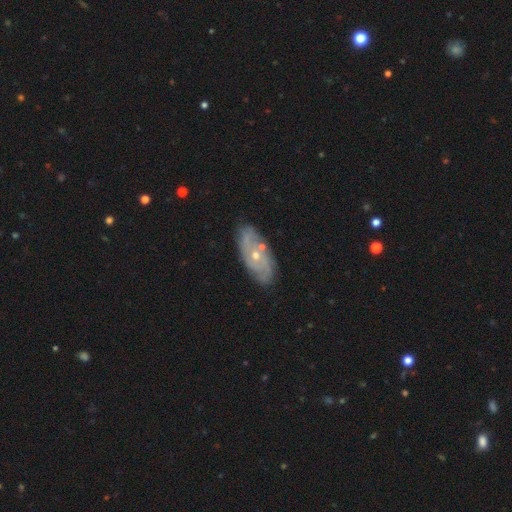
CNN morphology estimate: Q: Smooth or featured?
A: featured or disk (71%); runner-up: smooth (21%)
Q: Edge-on disk?
A: no (89%); runner-up: yes (11%)
Q: Bar?
A: no (78%); runner-up: weak (19%)
Q: Spiral arms?
A: yes (76%); runner-up: no (24%)
Q: Bulge size?
A: small (59%); runner-up: moderate (38%)
Q: Merging?
A: none (78%); runner-up: minor disturbance (14%)